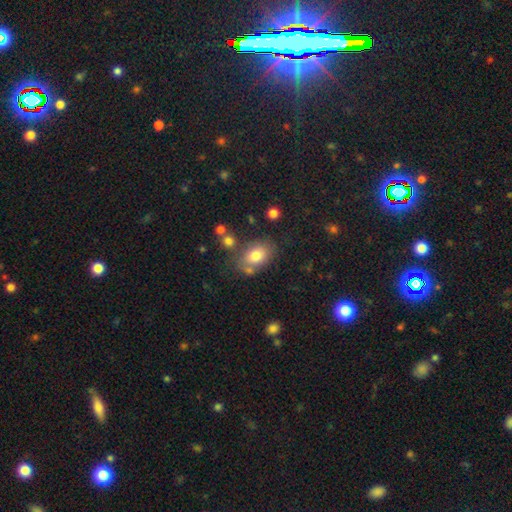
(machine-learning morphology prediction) Smooth or featured?
  - smooth: 77% *
  - featured or disk: 13%
  - star or artifact: 9%
How rounded?
  - in between: 81% *
  - round: 18%
  - cigar-shaped: 1%
Merging?
  - none: 66% *
  - minor disturbance: 17%
  - merger: 12%
  - major disturbance: 5%